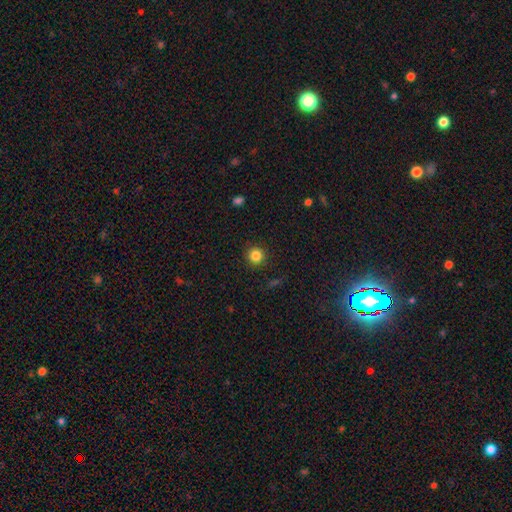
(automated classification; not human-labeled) smooth 84%, star or artifact 11%, featured or disk 5%. Down the decision tree: how rounded — round (95%); merging — none (91%).